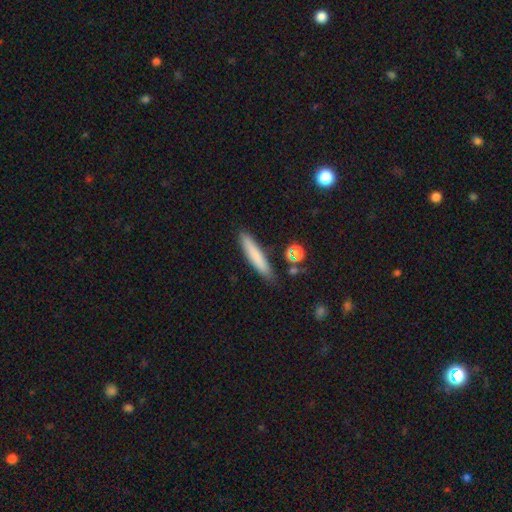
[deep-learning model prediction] A smooth galaxy with no disk features (77%) that is cigar-shaped (91%).

Vote fractions:
- Smooth or featured? smooth: 77% / featured or disk: 16% / star or artifact: 7%
- How rounded? cigar-shaped: 91% / in between: 8% / round: 1%
- Merging? none: 85% / minor disturbance: 10% / merger: 3% / major disturbance: 2%